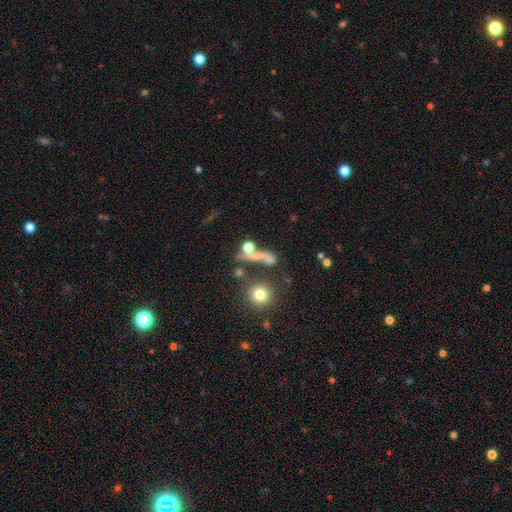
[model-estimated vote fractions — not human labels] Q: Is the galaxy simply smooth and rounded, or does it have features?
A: smooth — 43%.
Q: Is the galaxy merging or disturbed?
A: none — 44%.